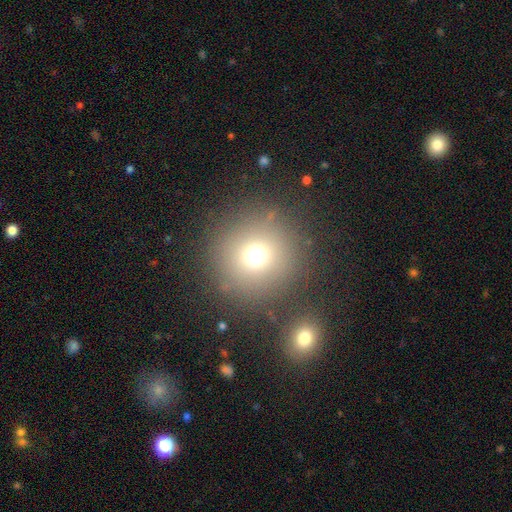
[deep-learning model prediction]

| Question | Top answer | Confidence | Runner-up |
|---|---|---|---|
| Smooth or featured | smooth | 70% | star or artifact (19%) |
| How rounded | round | 94% | in between (5%) |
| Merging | none | 82% | minor disturbance (7%) |